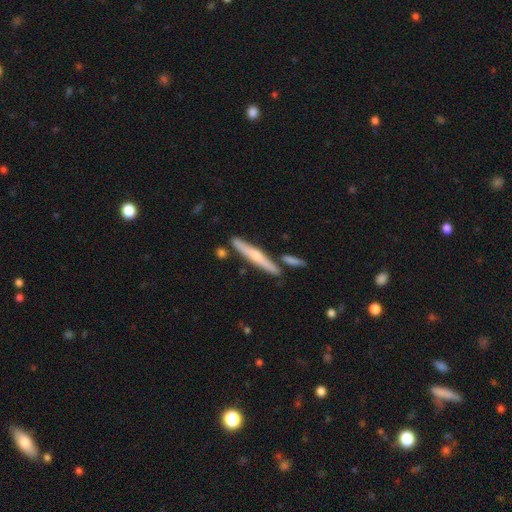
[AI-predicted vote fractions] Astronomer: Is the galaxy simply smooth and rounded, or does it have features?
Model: featured or disk — 57% (runner-up: smooth, 37%).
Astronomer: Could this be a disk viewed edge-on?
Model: yes — 95%.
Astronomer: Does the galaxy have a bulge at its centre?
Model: rounded — 78%.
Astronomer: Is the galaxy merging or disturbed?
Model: none — 80%.